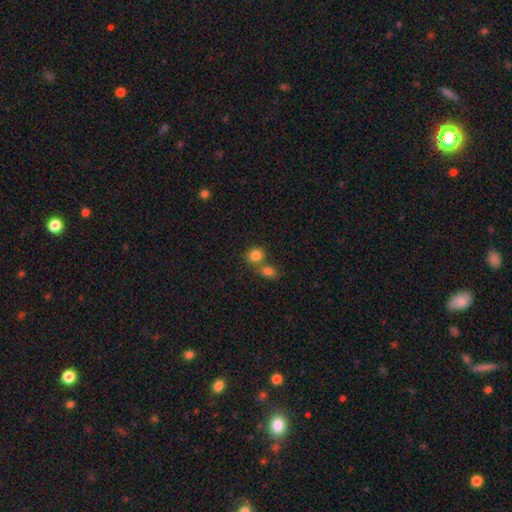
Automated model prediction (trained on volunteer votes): This is clearly a smooth galaxy (83%). How rounded: likely round (78%). Merging: possibly none (50%).